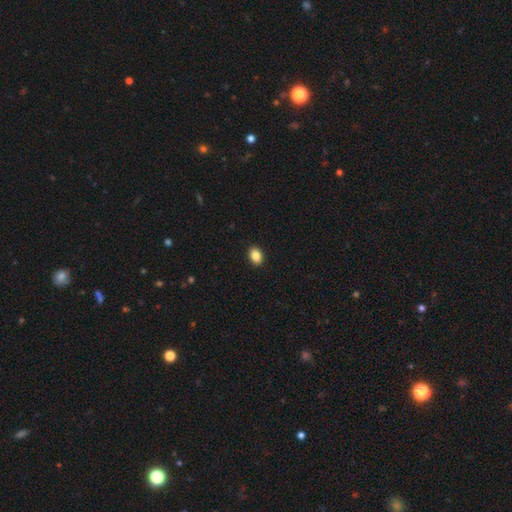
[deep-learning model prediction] Morphology: type=smooth (87%); roundness=in between (81%); merging=none (91%).